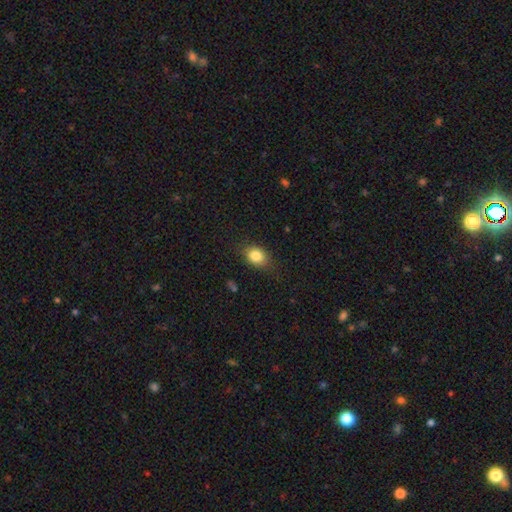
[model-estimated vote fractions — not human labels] Smooth or featured: smooth — 83% (star or artifact — 9%)
How rounded: in between — 67% (round — 32%)
Merging: none — 80% (minor disturbance — 15%)